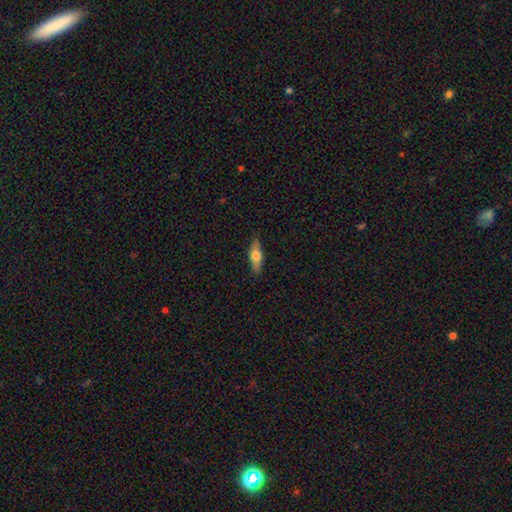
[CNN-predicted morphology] smooth_or_featured: smooth (p=0.53) [alt: featured or disk p=0.41]
how_rounded: in between (p=0.50) [alt: cigar-shaped p=0.46]
merging: none (p=0.86) [alt: minor disturbance p=0.10]